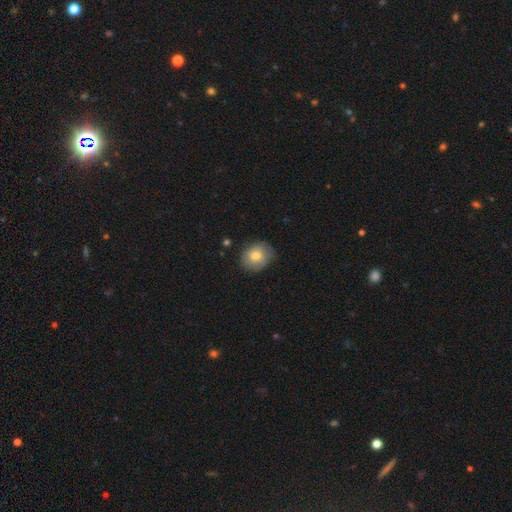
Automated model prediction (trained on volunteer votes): Smooth or featured: smooth — 75% (featured or disk — 17%)
How rounded: round — 58% (in between — 41%)
Merging: none — 74% (minor disturbance — 21%)